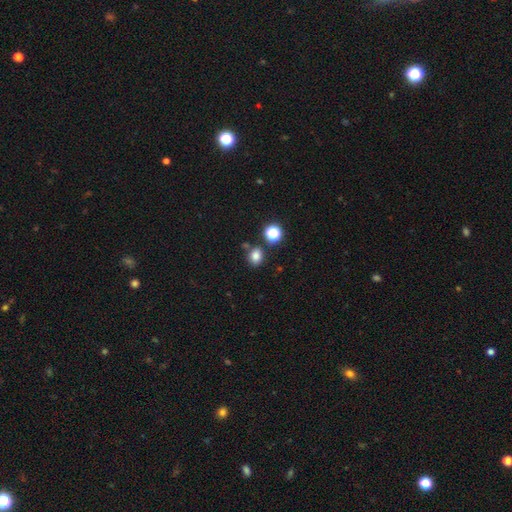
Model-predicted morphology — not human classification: The model was most divided on "how rounded": round: 61%, in between: 38%, cigar-shaped: 1%. More confident: smooth or featured — smooth (79%); merging — none (77%).